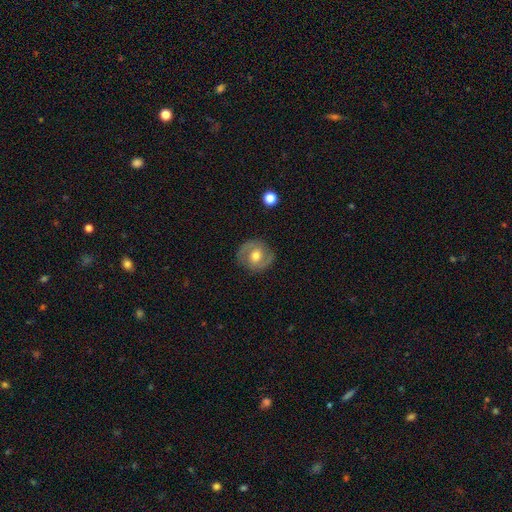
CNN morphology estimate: featured or disk 60%, smooth 33%, star or artifact 7%. Down the decision tree: edge-on disk — no (96%); bar — no (51%); spiral arms — yes (75%); bulge size — moderate (73%); merging — none (84%).